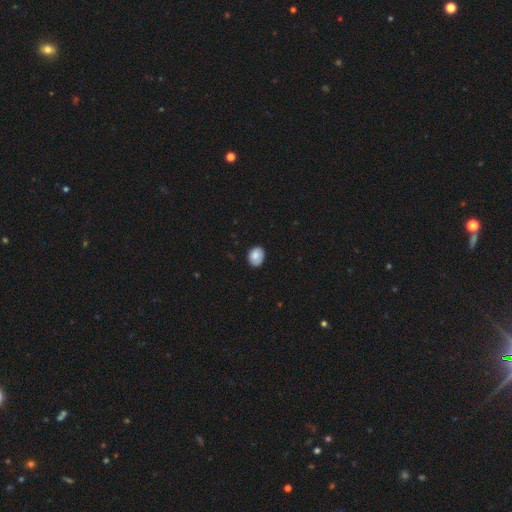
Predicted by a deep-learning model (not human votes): Smooth or featured? smooth (82%)
How rounded? in between (60%)
Merging? none (83%)